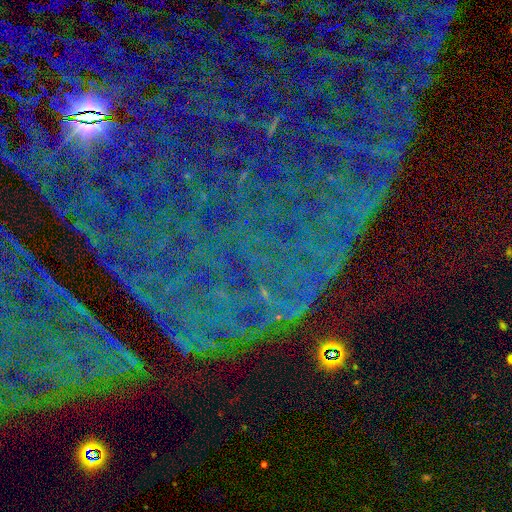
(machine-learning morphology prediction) The model was most divided on "smooth or featured": star or artifact: 84%, featured or disk: 9%, smooth: 8%.